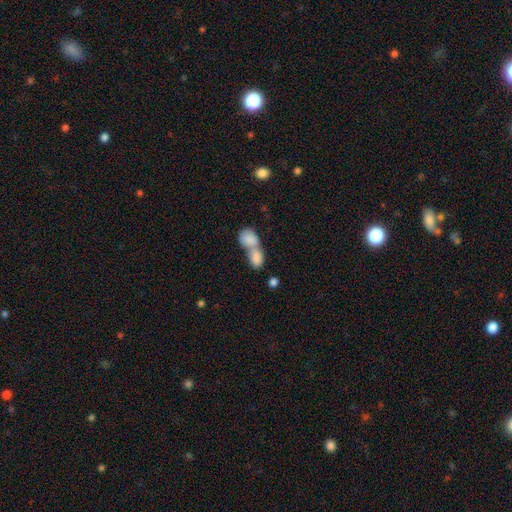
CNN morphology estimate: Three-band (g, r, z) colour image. It shows a smooth galaxy with no disk features (83%) that is in between round and cigar-shaped (79%). Merging: merger (80%).